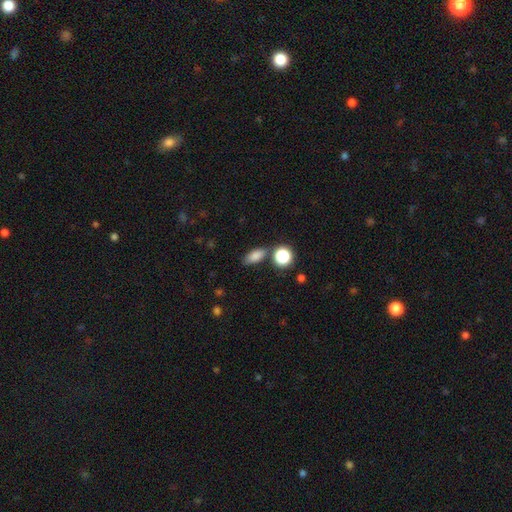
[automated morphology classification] A smooth galaxy with no disk features (81%) that is in between round and cigar-shaped (80%).

Vote fractions:
- Smooth or featured? smooth: 81% / star or artifact: 12% / featured or disk: 7%
- How rounded? in between: 80% / round: 12% / cigar-shaped: 8%
- Merging? none: 76% / minor disturbance: 12% / merger: 8% / major disturbance: 3%